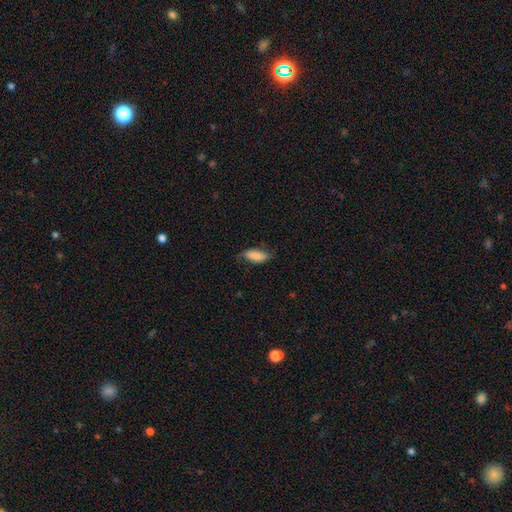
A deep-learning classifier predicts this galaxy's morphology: This appears to be a smooth galaxy with no disk features (77%) that is in between round and cigar-shaped (80%). Merging: none (61%).